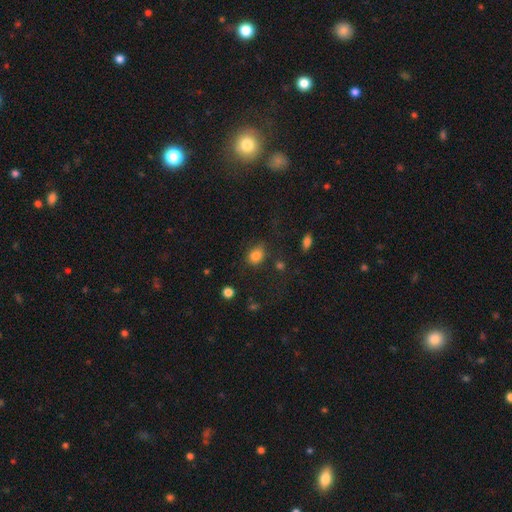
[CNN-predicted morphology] Q: Smooth or featured?
A: smooth (82%); runner-up: star or artifact (11%)
Q: How rounded?
A: in between (55%); runner-up: round (44%)
Q: Merging?
A: none (68%); runner-up: minor disturbance (21%)